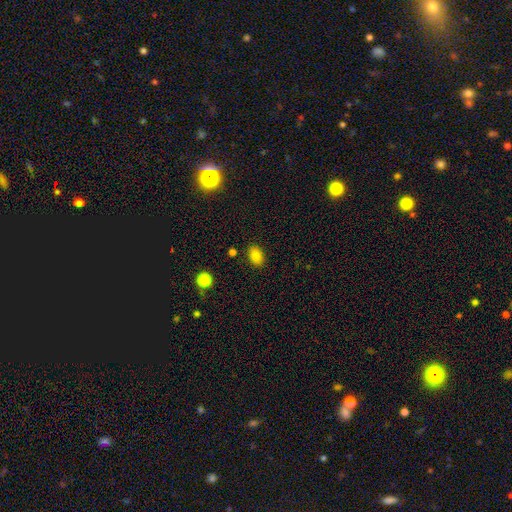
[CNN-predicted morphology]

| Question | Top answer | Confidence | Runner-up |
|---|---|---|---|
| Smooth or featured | smooth | 83% | star or artifact (10%) |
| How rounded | in between | 83% | round (15%) |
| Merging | none | 86% | minor disturbance (9%) |